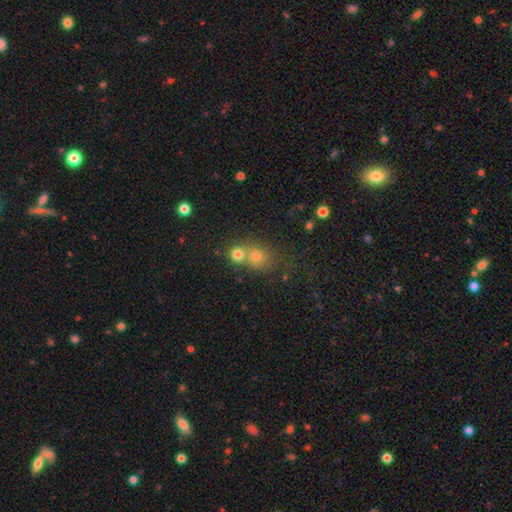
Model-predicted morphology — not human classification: type=smooth (72%); roundness=round (77%); merging=merger (50%).